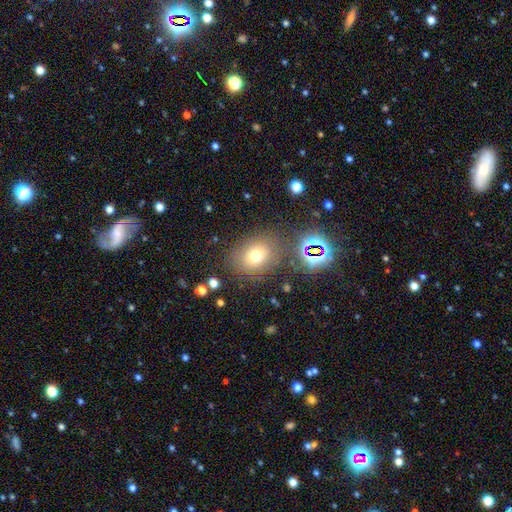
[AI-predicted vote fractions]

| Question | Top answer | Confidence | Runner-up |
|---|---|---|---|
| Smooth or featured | smooth | 70% | star or artifact (18%) |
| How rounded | in between | 51% | round (48%) |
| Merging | none | 76% | minor disturbance (12%) |